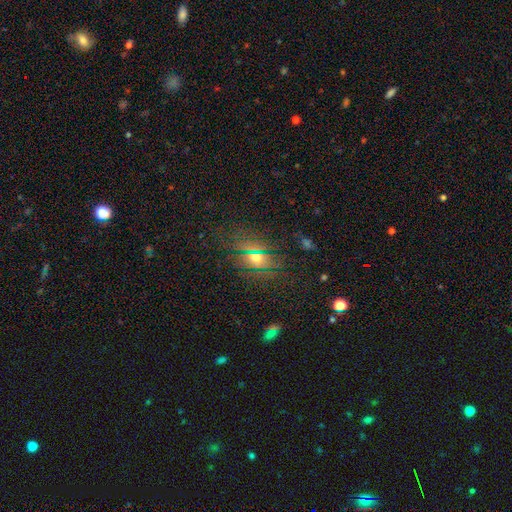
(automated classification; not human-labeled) A smooth galaxy with no disk features (50%) that is in between round and cigar-shaped (53%). Merging: none (79%).